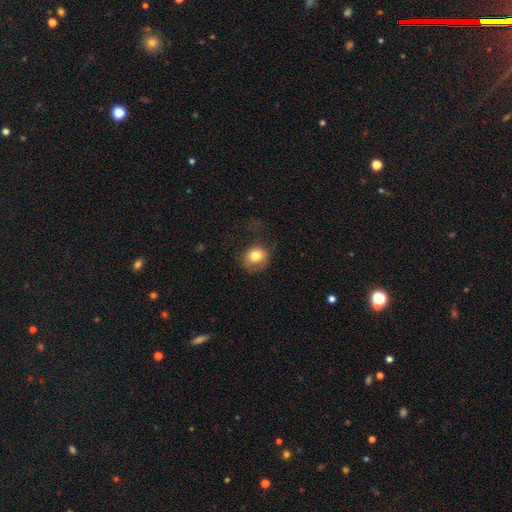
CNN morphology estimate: This is likely a smooth galaxy (79%). How rounded: likely round (76%). Merging: possibly none (59%).